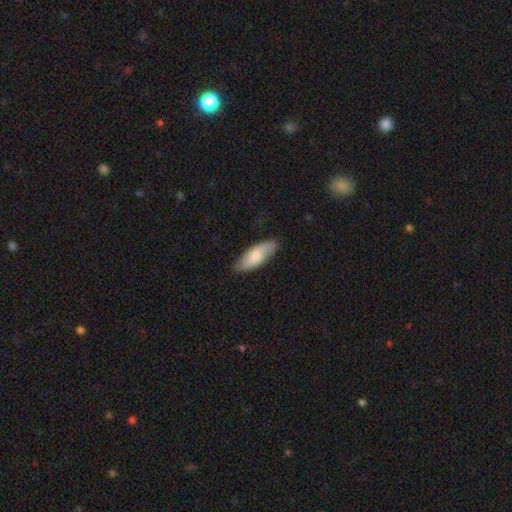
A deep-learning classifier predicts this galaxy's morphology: smooth-or-featured: smooth: 67% | featured or disk: 27% | star or artifact: 5%
  how-rounded: in between: 71% | cigar-shaped: 27% | round: 2%
  merging: none: 81% | minor disturbance: 15% | major disturbance: 3% | merger: 1%